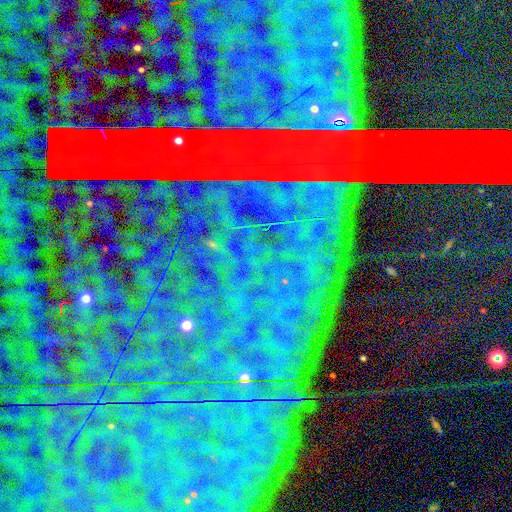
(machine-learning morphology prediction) Smooth or featured? star or artifact (88%)